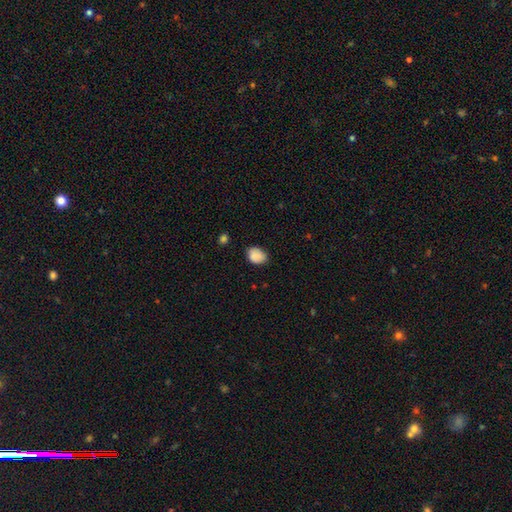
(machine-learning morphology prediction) A smooth galaxy with no disk features (87%) that is in between round and cigar-shaped (69%).

Vote fractions:
- Smooth or featured? smooth: 87% / star or artifact: 8% / featured or disk: 5%
- How rounded? in between: 69% / round: 30% / cigar-shaped: 1%
- Merging? none: 70% / minor disturbance: 24% / major disturbance: 4% / merger: 2%